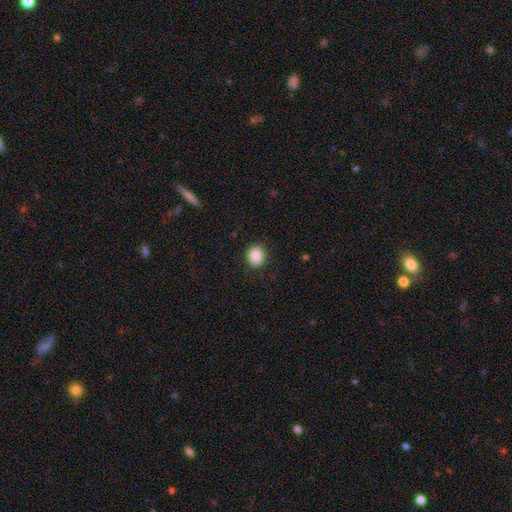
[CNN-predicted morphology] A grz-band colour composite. It shows a smooth galaxy with no disk features (87%) that is round (75%). Merging: none (89%).